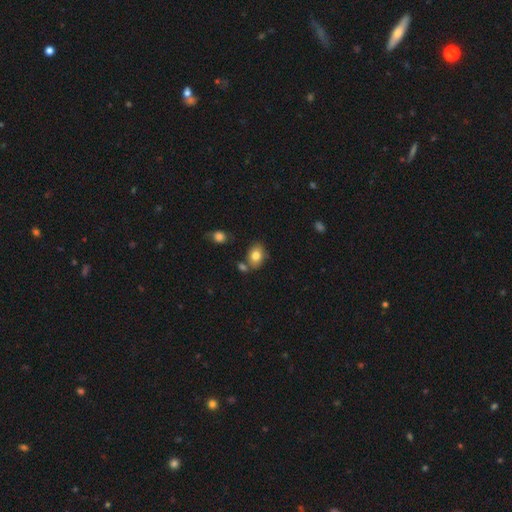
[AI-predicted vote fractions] Smooth or featured?
  - smooth: 80% *
  - featured or disk: 11%
  - star or artifact: 9%
How rounded?
  - in between: 77% *
  - round: 22%
  - cigar-shaped: 1%
Merging?
  - none: 72% *
  - minor disturbance: 13%
  - merger: 12%
  - major disturbance: 3%